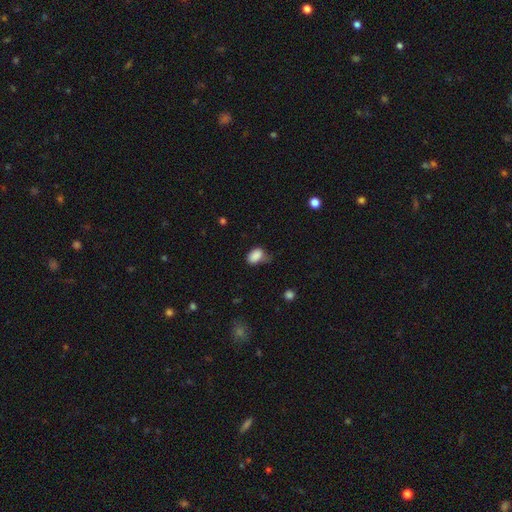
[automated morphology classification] smooth-or-featured: smooth: 86% | star or artifact: 9% | featured or disk: 5%
  how-rounded: in between: 85% | round: 14% | cigar-shaped: 1%
  merging: none: 45% | minor disturbance: 36% | major disturbance: 15% | merger: 4%